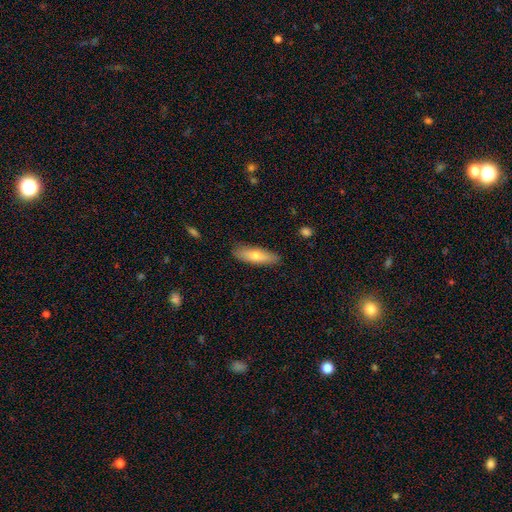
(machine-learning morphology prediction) A smooth galaxy with no disk features (68%) that is cigar-shaped (58%).

Vote fractions:
- Smooth or featured? smooth: 68% / featured or disk: 26% / star or artifact: 6%
- How rounded? cigar-shaped: 58% / in between: 40% / round: 2%
- Merging? none: 86% / minor disturbance: 10% / major disturbance: 2% / merger: 1%